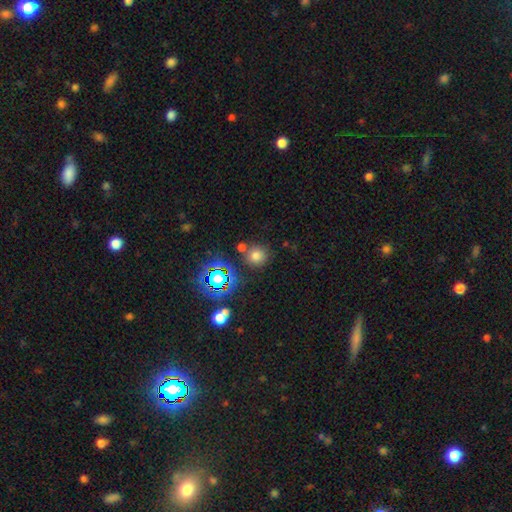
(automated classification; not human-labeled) This is likely a smooth galaxy (70%). How rounded: clearly round (88%). Merging: likely none (73%).